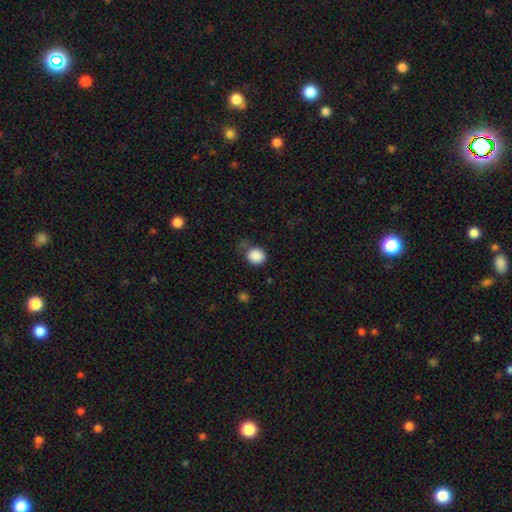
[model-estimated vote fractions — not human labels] This is clearly a smooth galaxy (87%). How rounded: clearly round (84%). Merging: likely none (62%).